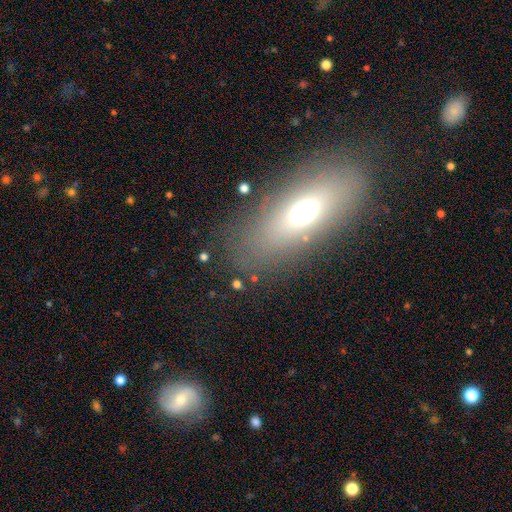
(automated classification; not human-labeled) smooth_or_featured: smooth (p=0.60) [alt: featured or disk p=0.27]
how_rounded: in between (p=0.73) [alt: cigar-shaped p=0.22]
merging: none (p=0.83) [alt: minor disturbance p=0.11]